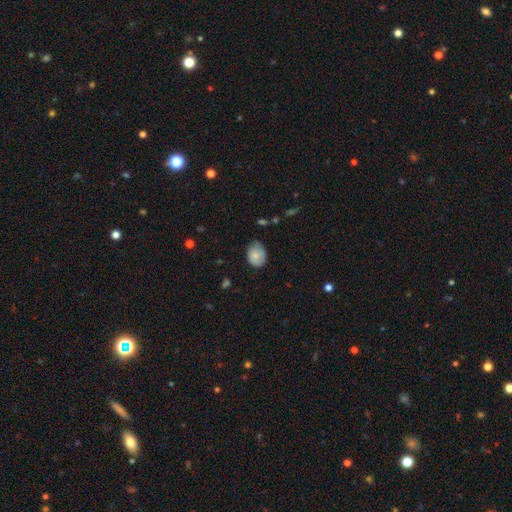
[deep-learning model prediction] Q: Smooth or featured?
A: smooth (75%); runner-up: featured or disk (18%)
Q: How rounded?
A: in between (59%); runner-up: round (40%)
Q: Merging?
A: none (61%); runner-up: minor disturbance (32%)